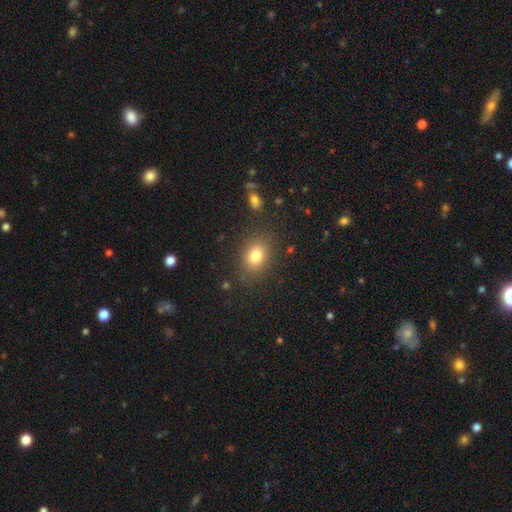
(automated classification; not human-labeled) Q: Smooth or featured?
A: smooth (80%); runner-up: star or artifact (11%)
Q: How rounded?
A: in between (63%); runner-up: round (36%)
Q: Merging?
A: none (83%); runner-up: minor disturbance (11%)